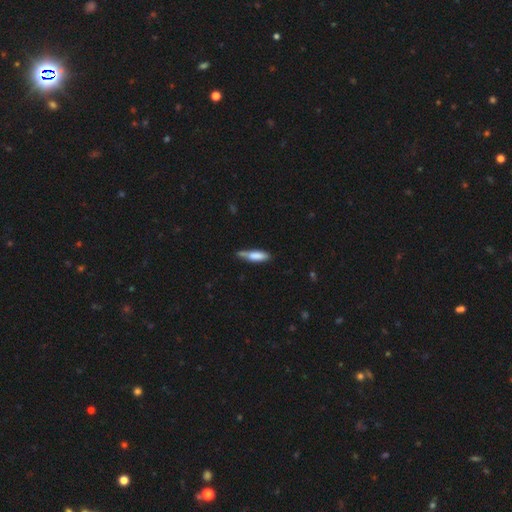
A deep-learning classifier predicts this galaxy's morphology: A smooth galaxy with no disk features (75%) that is cigar-shaped (66%).

Vote fractions:
- Smooth or featured? smooth: 75% / featured or disk: 19% / star or artifact: 6%
- How rounded? cigar-shaped: 66% / in between: 33% / round: 2%
- Merging? none: 54% / minor disturbance: 31% / merger: 8% / major disturbance: 7%